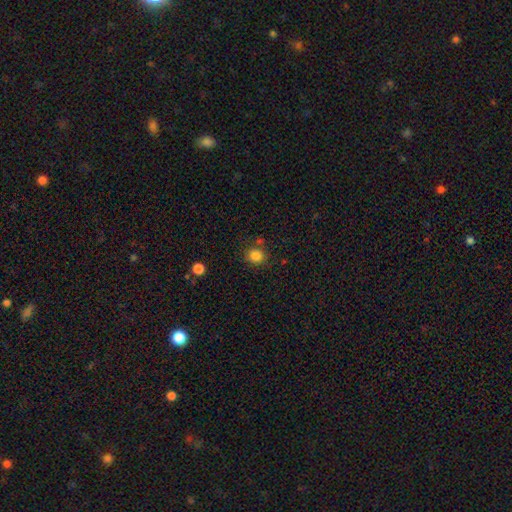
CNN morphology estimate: This appears to be a smooth galaxy with no disk features (83%) that is round (86%). Merging: none (80%).